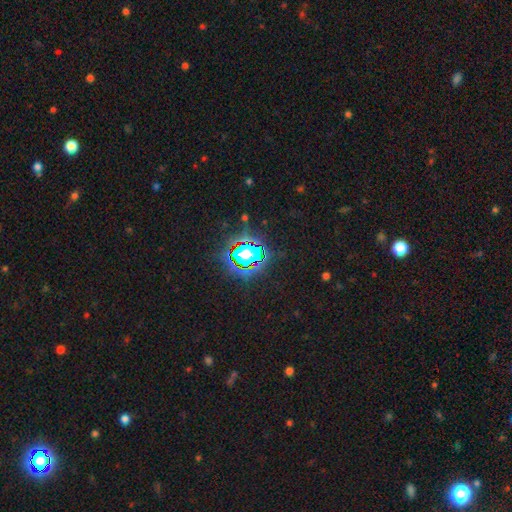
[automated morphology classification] The model was most divided on "smooth or featured": star or artifact: 81%, smooth: 12%, featured or disk: 7%.